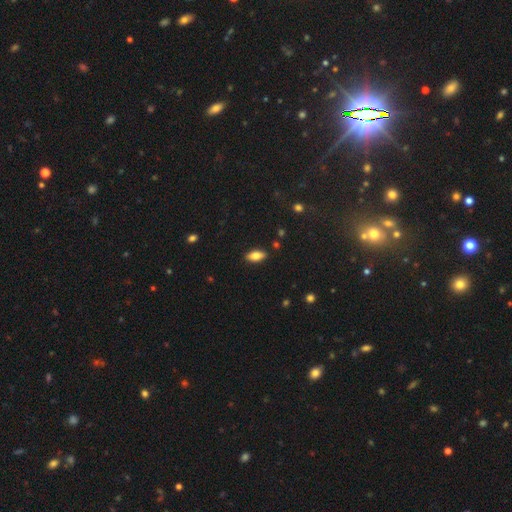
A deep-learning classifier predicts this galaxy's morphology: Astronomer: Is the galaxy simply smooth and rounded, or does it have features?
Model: smooth — 77%.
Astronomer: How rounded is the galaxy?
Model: in between — 87%.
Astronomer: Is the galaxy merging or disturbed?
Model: none — 87%.